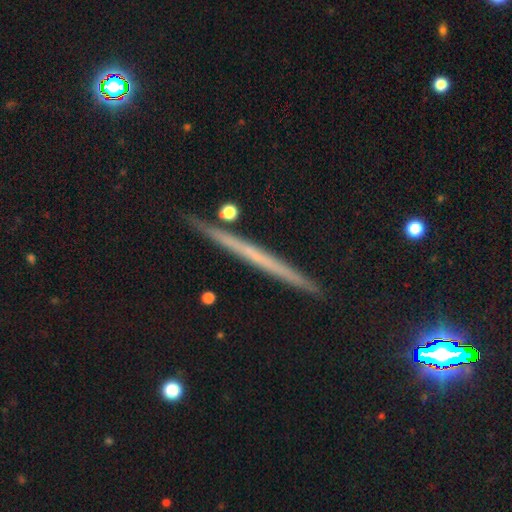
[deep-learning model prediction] This is possibly a featured or disk galaxy (56%). It is clearly viewed edge-on (97%). Edge-on bulge: clearly none (91%). Merging: clearly none (90%).